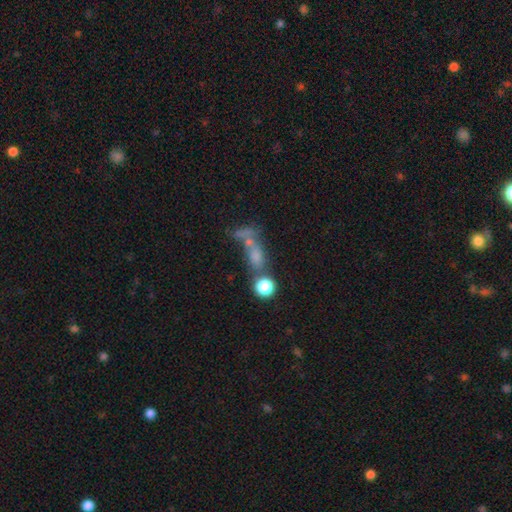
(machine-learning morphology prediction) type=smooth (49%); merging=merger (38%).